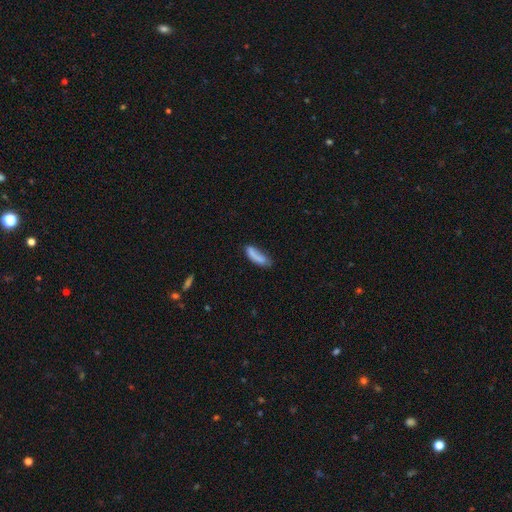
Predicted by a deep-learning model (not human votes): A smooth galaxy with no disk features (76%) that is in between round and cigar-shaped (53%). Merging: none (47%).